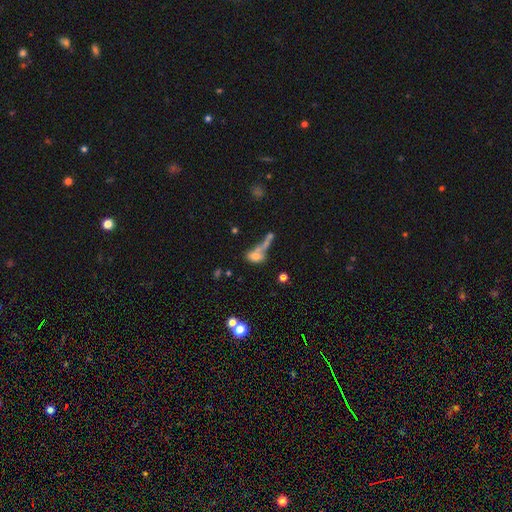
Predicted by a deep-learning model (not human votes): Morphology: type=smooth (64%); roundness=in between (70%); merging=merger (46%).